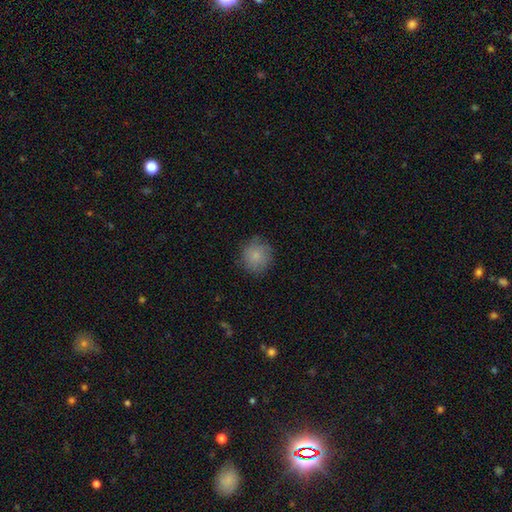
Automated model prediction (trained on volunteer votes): This appears to be a smooth galaxy with no disk features (83%) that is round (89%). Merging: none (82%).